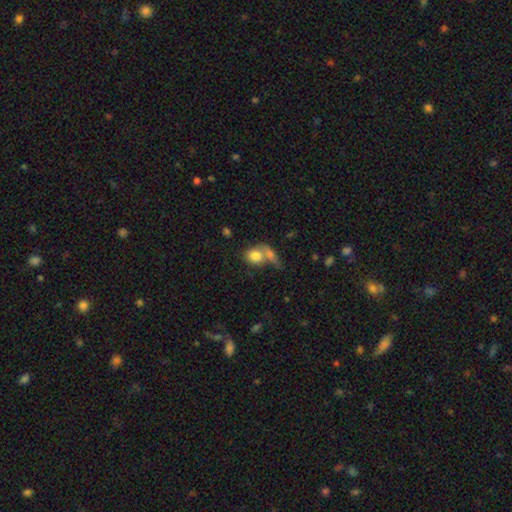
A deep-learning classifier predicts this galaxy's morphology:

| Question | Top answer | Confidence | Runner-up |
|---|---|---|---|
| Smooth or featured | smooth | 79% | featured or disk (13%) |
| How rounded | round | 53% | in between (45%) |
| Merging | merger | 53% | none (30%) |